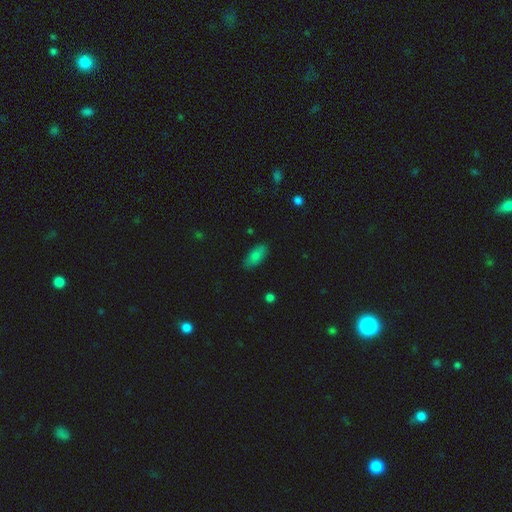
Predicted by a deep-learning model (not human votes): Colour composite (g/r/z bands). It shows a smooth galaxy with no disk features (83%) that is in between round and cigar-shaped (88%). Merging: none (85%).